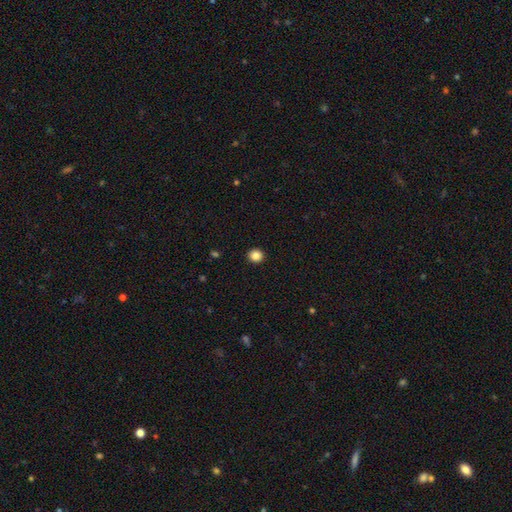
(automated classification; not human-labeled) Morphology: type=smooth (85%); roundness=round (87%); merging=none (93%).